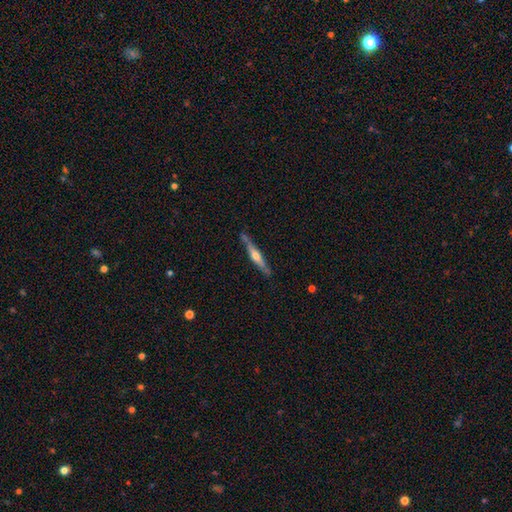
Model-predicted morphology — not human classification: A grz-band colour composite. It shows a featured or disk galaxy (63%) viewed edge-on (95%) with a rounded central bulge (83%). Merging: none (76%).